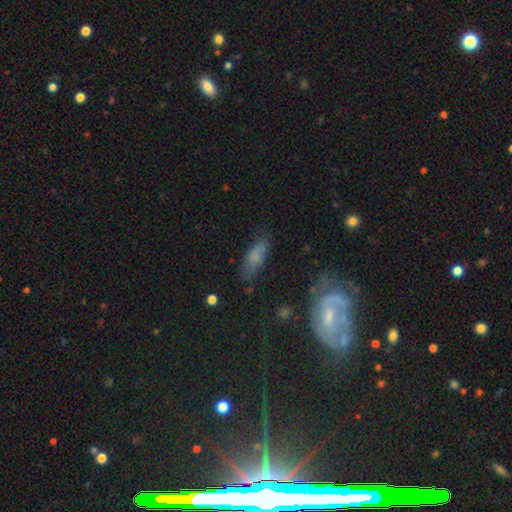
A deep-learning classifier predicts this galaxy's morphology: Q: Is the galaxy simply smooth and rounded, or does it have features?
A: smooth — 65%.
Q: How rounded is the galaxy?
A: in between — 63%.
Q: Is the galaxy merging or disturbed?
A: none — 70%.